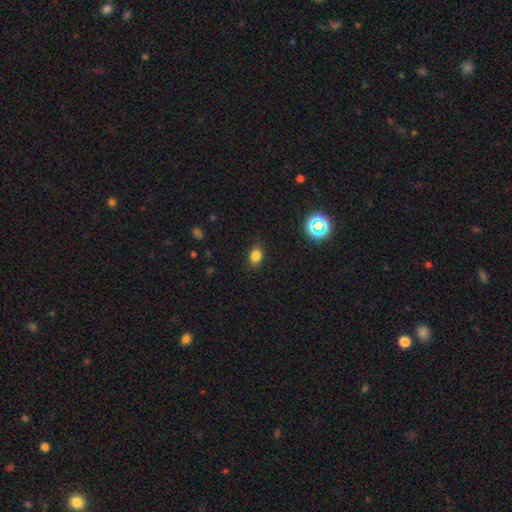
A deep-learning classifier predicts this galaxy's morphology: Smooth or featured: smooth — 80% (star or artifact — 14%)
How rounded: in between — 66% (round — 32%)
Merging: none — 87% (minor disturbance — 10%)